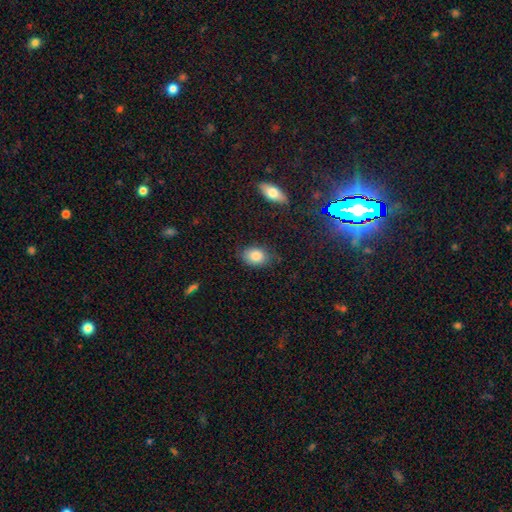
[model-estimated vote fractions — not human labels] smooth 84%, star or artifact 8%, featured or disk 7%. Down the decision tree: how rounded — in between (74%); merging — none (75%).